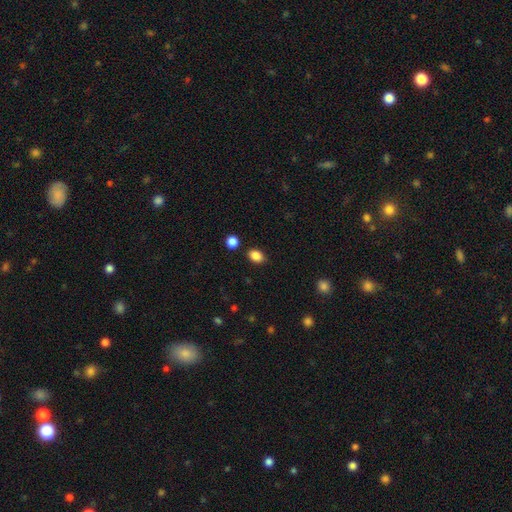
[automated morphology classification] Smooth or featured?
  - smooth: 87% *
  - star or artifact: 9%
  - featured or disk: 4%
How rounded?
  - in between: 75% *
  - round: 23%
  - cigar-shaped: 1%
Merging?
  - none: 84% *
  - minor disturbance: 10%
  - merger: 4%
  - major disturbance: 3%